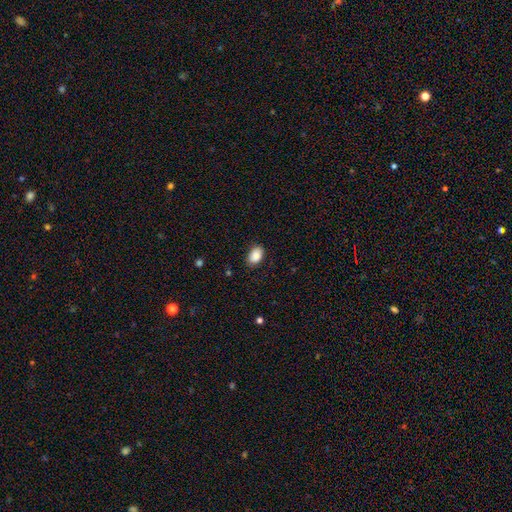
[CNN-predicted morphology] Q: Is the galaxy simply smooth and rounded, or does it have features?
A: smooth — 89%.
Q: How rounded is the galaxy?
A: in between — 85%.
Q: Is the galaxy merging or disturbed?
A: none — 84%.